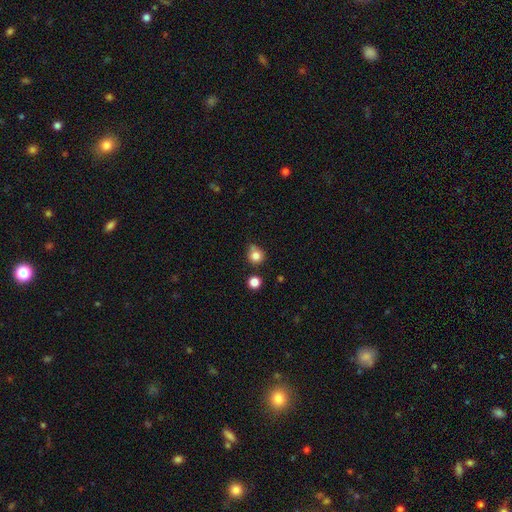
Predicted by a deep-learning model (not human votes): Overall: smooth (81%). How rounded: round (88%). Merging: none (63%).